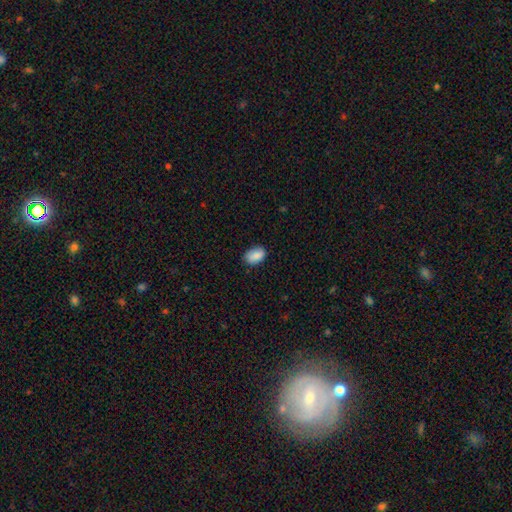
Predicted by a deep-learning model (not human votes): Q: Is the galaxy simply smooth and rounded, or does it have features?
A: smooth — 86%.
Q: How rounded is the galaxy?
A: in between — 85%.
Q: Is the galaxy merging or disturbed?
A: none — 80%.